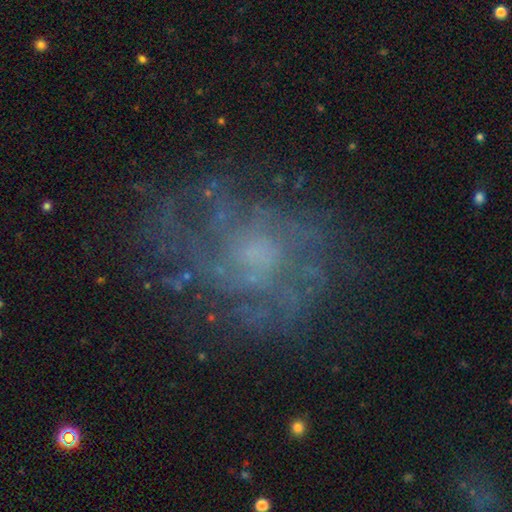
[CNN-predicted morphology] This is likely a featured or disk galaxy (71%). It is clearly not viewed edge-on (97%). Bar: likely no (79%). Spiral arm pattern: likely yes (74%). Spiral arm count: possibly can't tell (52%). Spiral winding: marginally tight (43%). Central bulge: marginally small (41%). Merging: likely none (68%).